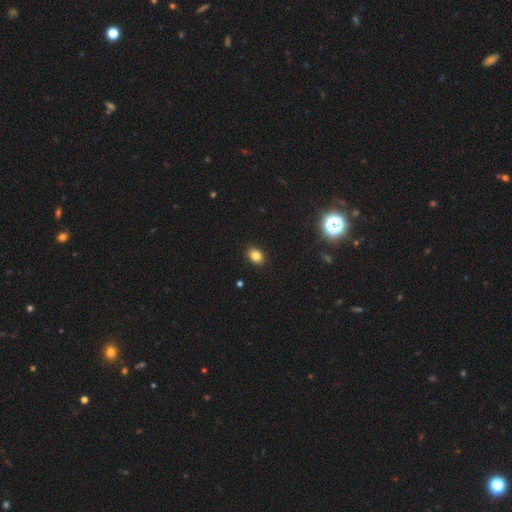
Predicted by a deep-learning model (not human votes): Morphology: type=smooth (82%); roundness=in between (69%); merging=none (90%).